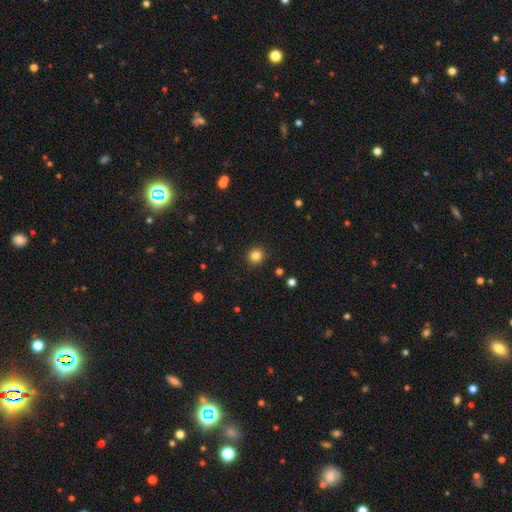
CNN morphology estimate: Smooth or featured?
  - smooth: 83% *
  - star or artifact: 12%
  - featured or disk: 5%
How rounded?
  - round: 92% *
  - in between: 7%
  - cigar-shaped: 1%
Merging?
  - none: 92% *
  - minor disturbance: 5%
  - major disturbance: 2%
  - merger: 1%